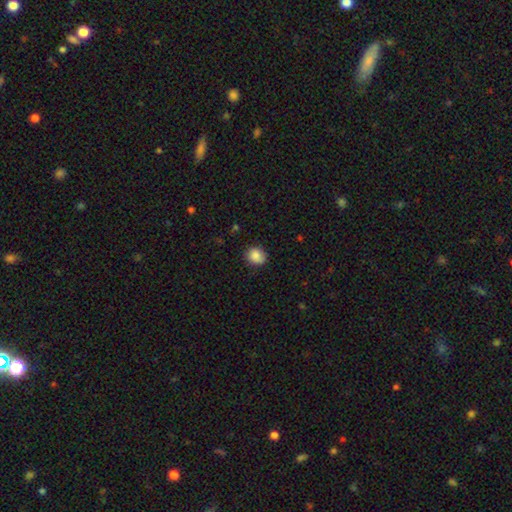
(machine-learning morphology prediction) The model was most divided on "how rounded": round: 73%, in between: 26%, cigar-shaped: 1%. More confident: smooth or featured — smooth (85%); merging — none (83%).